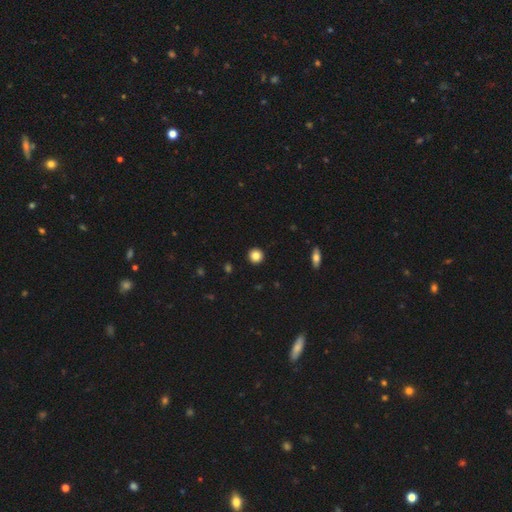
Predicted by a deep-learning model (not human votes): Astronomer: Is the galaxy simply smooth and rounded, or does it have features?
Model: smooth — 85%.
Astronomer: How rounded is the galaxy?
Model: round — 95%.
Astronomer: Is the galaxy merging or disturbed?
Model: none — 93%.